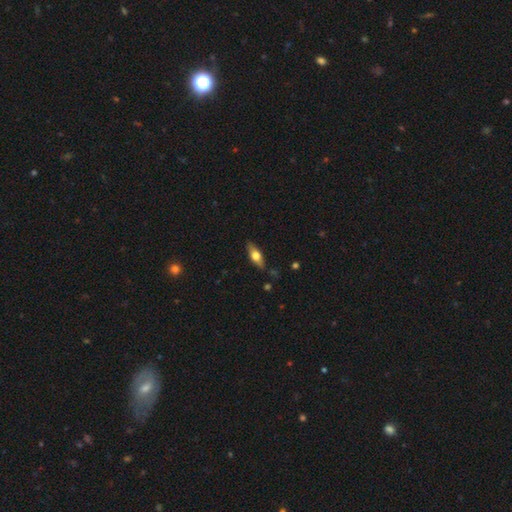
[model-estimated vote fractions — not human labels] smooth_or_featured: smooth (p=0.51) [alt: featured or disk p=0.43]
how_rounded: in between (p=0.61) [alt: cigar-shaped p=0.35]
merging: none (p=0.83) [alt: minor disturbance p=0.13]